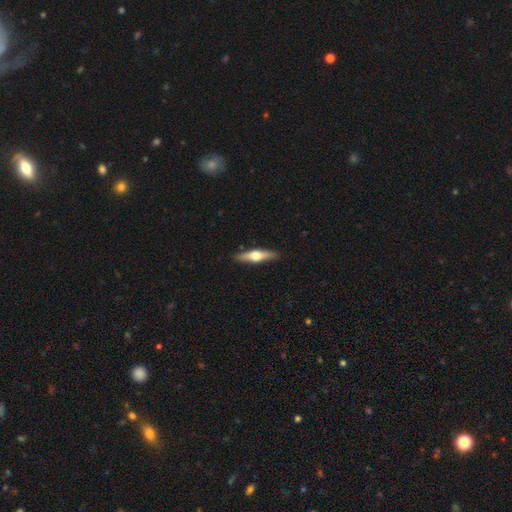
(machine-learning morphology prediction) A featured or disk galaxy (58%) viewed edge-on (95%) with a rounded central bulge (95%). Merging: none (90%).